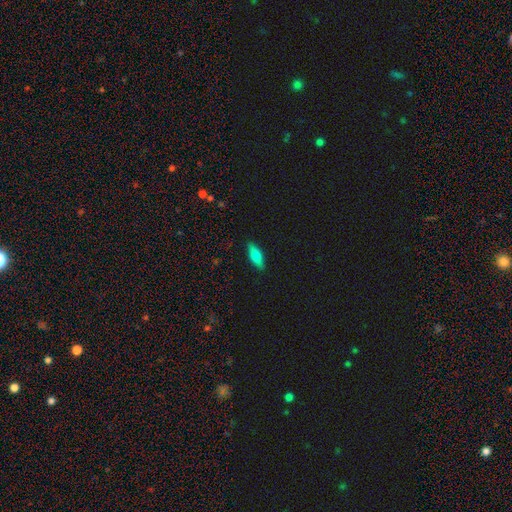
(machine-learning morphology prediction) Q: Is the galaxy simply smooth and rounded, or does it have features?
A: smooth — 70%.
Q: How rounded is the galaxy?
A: in between — 58%.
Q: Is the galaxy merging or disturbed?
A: none — 89%.